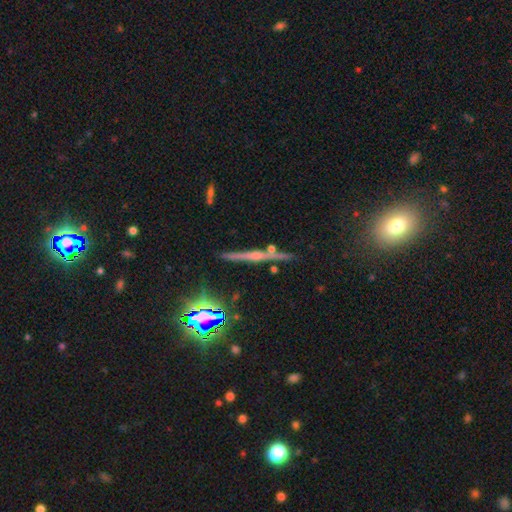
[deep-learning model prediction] A featured or disk galaxy (54%) viewed edge-on (94%) with a rounded central bulge (51%). Merging: none (81%).